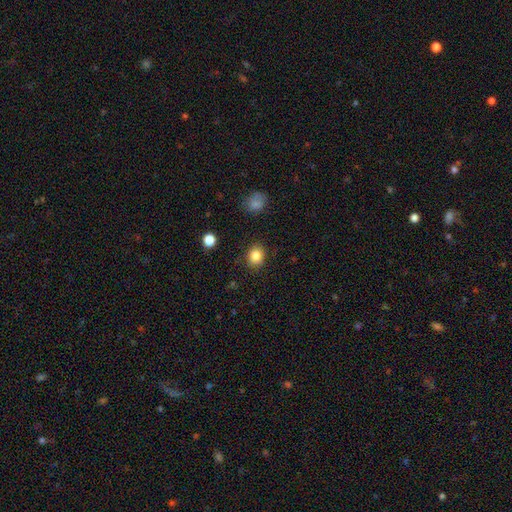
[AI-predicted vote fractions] Overall: smooth (84%). How rounded: round (63%; in between 36%). Merging: none (87%).